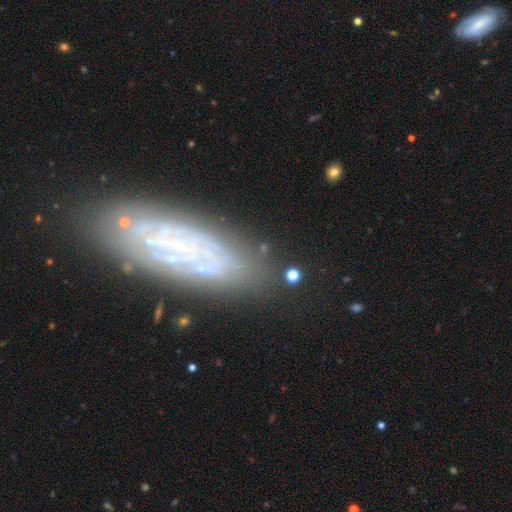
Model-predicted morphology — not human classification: Overall: featured or disk (68%). Edge-on disk: no (79%). Bar: no (76%). Spiral arms: yes (64%; no 36%). Bulge size: small (58%; none 31%). Merging: none (78%).